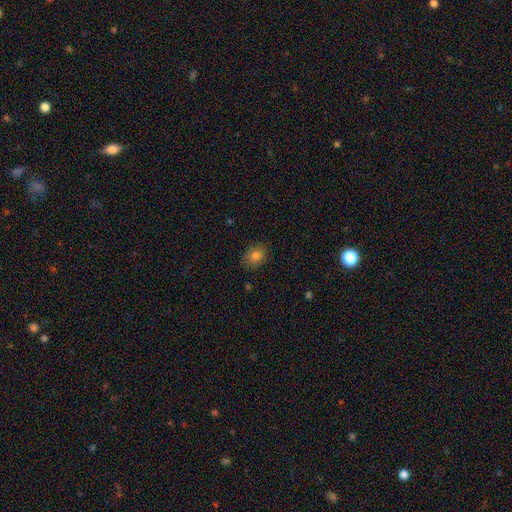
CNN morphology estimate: smooth 82%, star or artifact 11%, featured or disk 8%. Down the decision tree: how rounded — in between (56%); merging — none (85%).